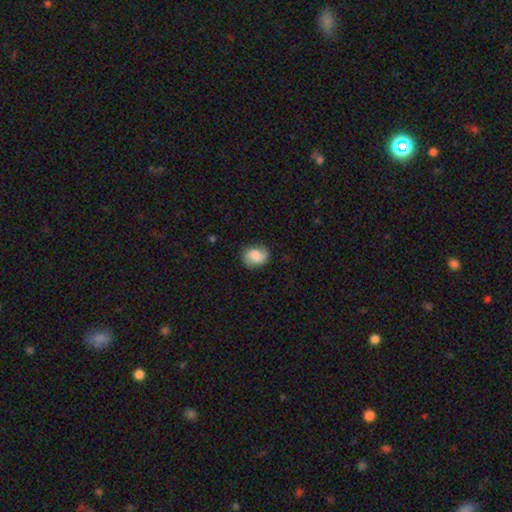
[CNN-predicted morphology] This is likely a smooth galaxy (72%). How rounded: possibly in between (50%). Merging: likely none (75%).